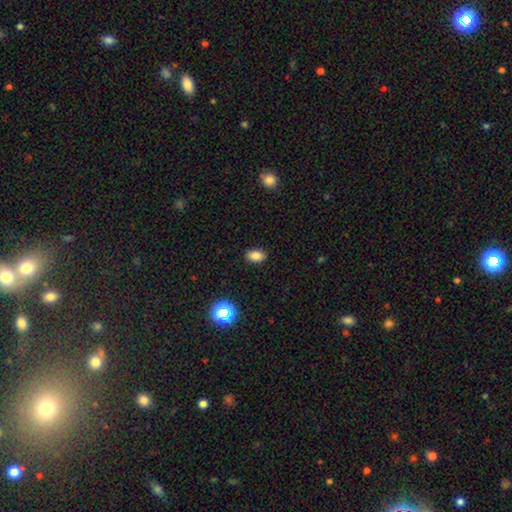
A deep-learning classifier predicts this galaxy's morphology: Smooth or featured: smooth — 82% (star or artifact — 12%)
How rounded: in between — 87% (round — 11%)
Merging: none — 88% (minor disturbance — 9%)